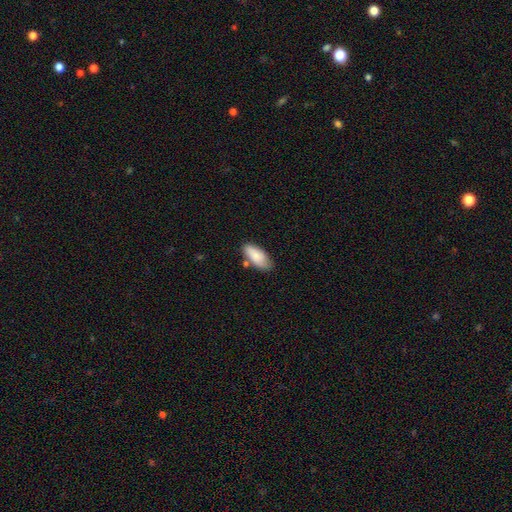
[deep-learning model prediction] Smooth or featured: smooth — 82% (featured or disk — 12%)
How rounded: in between — 87% (cigar-shaped — 11%)
Merging: none — 65% (minor disturbance — 22%)